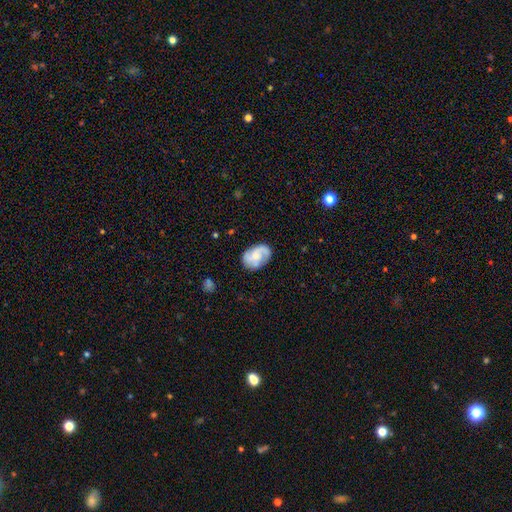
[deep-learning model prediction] The model was most divided on "bulge size": moderate: 44%, small: 38%, none: 10%, large: 6%, dominant: 2%. Remaining: edge-on disk — no (97%); spiral arms — yes (89%); merging — none (72%); bar — no (64%); spiral arm count — 2 (63%); smooth or featured — featured or disk (60%); spiral winding — medium (44%).